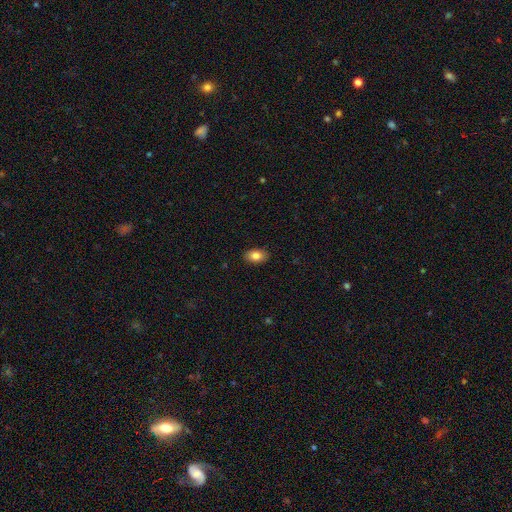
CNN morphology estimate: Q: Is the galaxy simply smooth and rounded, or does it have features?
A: smooth — 84%.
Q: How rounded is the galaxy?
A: in between — 89%.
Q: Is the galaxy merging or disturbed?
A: none — 89%.